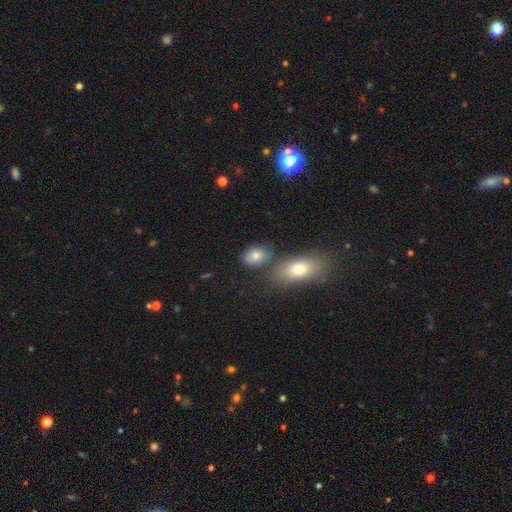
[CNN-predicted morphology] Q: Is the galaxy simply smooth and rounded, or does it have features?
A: smooth — 78%.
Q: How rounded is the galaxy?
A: in between — 75%.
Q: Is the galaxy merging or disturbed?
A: none — 62%.